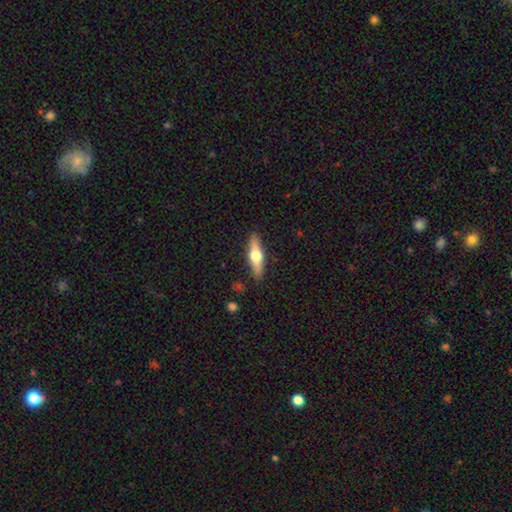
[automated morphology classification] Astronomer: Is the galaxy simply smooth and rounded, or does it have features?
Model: featured or disk — 60%.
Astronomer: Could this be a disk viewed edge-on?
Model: yes — 96%.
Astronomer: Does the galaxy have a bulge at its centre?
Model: rounded — 96%.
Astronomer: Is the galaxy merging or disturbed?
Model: none — 90%.